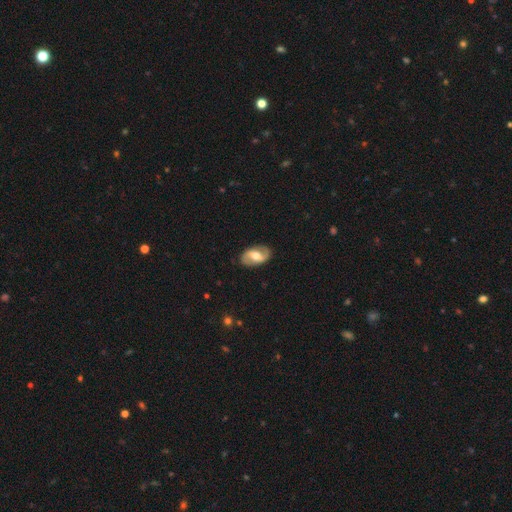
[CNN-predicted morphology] This appears to be a featured or disk galaxy (69%) with a weak bar (44%), 2 (90%) loose (46%) spiral arms (83%) and a moderate central bulge (73%). Merging: none (86%).